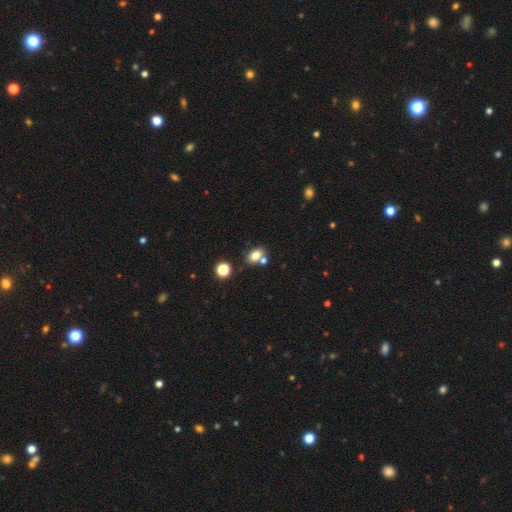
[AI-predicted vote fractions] Smooth or featured? Predicted: smooth (p=0.76). How rounded? Predicted: in between (p=0.71). Merging? Predicted: none (p=0.60).